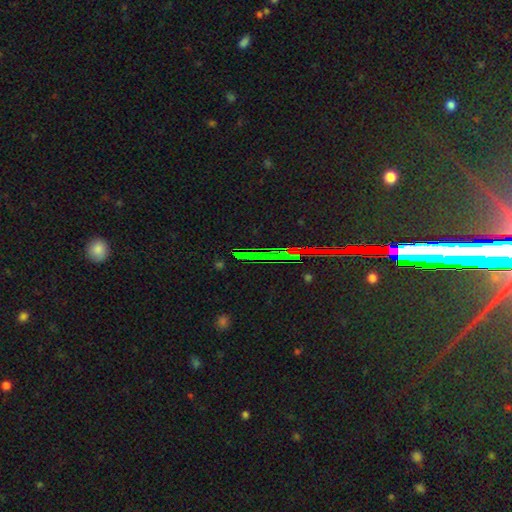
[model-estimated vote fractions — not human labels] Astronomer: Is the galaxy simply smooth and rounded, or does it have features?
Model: star or artifact — 78%.